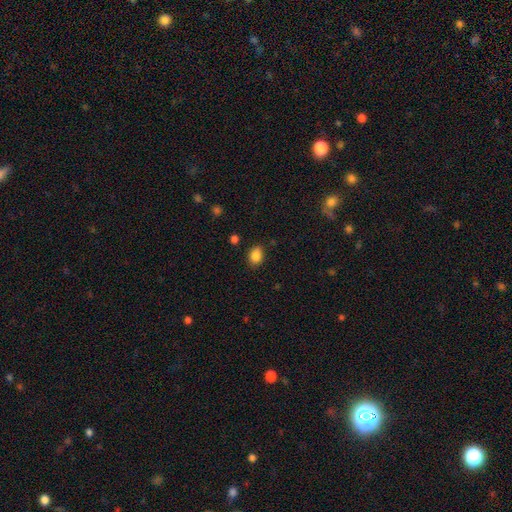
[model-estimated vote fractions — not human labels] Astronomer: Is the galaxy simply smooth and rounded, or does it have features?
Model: smooth — 86%.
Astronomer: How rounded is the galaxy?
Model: in between — 69%.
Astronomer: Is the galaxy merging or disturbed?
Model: none — 84%.